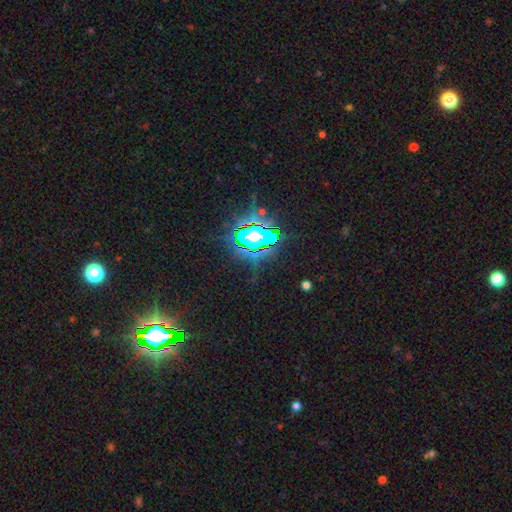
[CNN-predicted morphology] smooth-or-featured: star or artifact: 63% | smooth: 21% | featured or disk: 16%